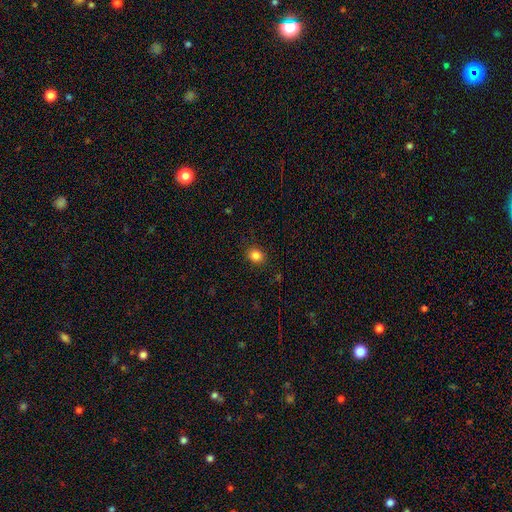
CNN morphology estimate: type=smooth (84%); roundness=round (62%); merging=none (88%).